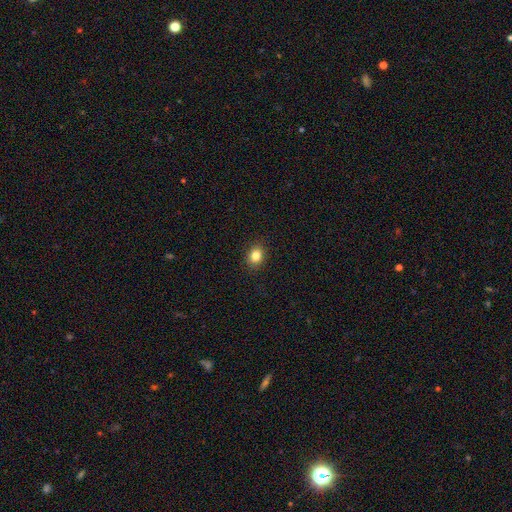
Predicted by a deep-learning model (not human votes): smooth 84%, star or artifact 10%, featured or disk 6%. Down the decision tree: how rounded — in between (50%); merging — none (90%).